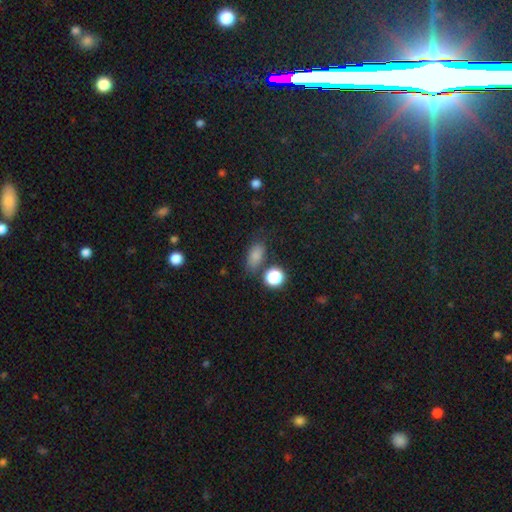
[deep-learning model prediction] A smooth galaxy with no disk features (80%) that is in between round and cigar-shaped (81%).

Vote fractions:
- Smooth or featured? smooth: 80% / star or artifact: 14% / featured or disk: 6%
- How rounded? in between: 81% / round: 14% / cigar-shaped: 5%
- Merging? none: 70% / minor disturbance: 17% / merger: 7% / major disturbance: 6%